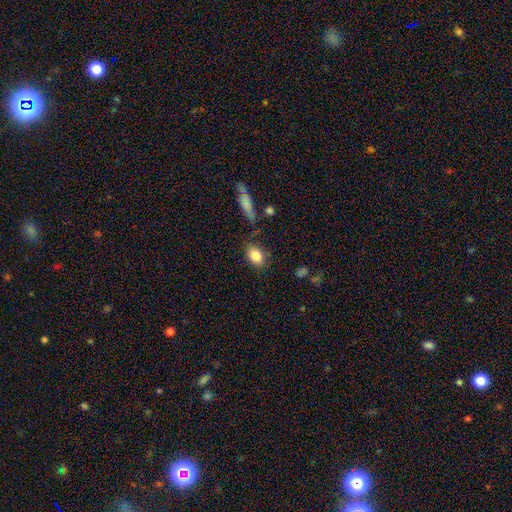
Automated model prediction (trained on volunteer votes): The model was most divided on "how rounded": in between: 73%, round: 25%, cigar-shaped: 2%. More confident: smooth or featured — smooth (84%); merging — none (78%).